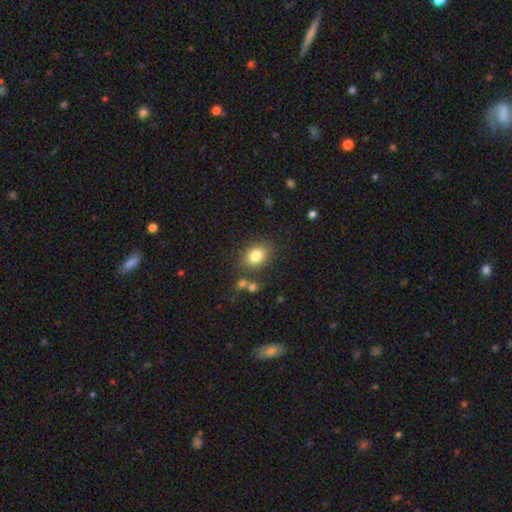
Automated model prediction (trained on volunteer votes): Smooth or featured? smooth (81%)
How rounded? in between (54%)
Merging? none (76%)